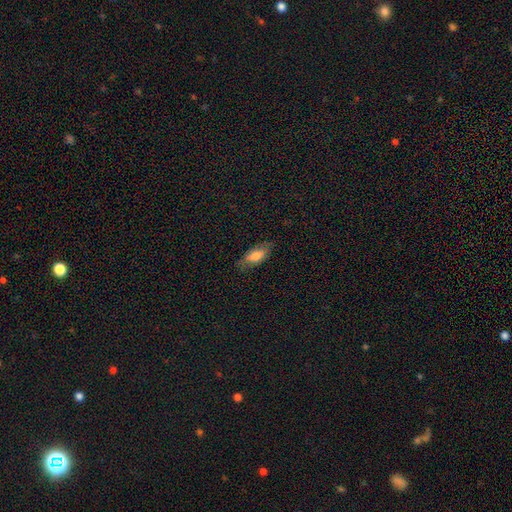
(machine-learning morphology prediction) smooth_or_featured: smooth (p=0.68) [alt: featured or disk p=0.24]
how_rounded: in between (p=0.82) [alt: cigar-shaped p=0.15]
merging: none (p=0.75) [alt: minor disturbance p=0.19]